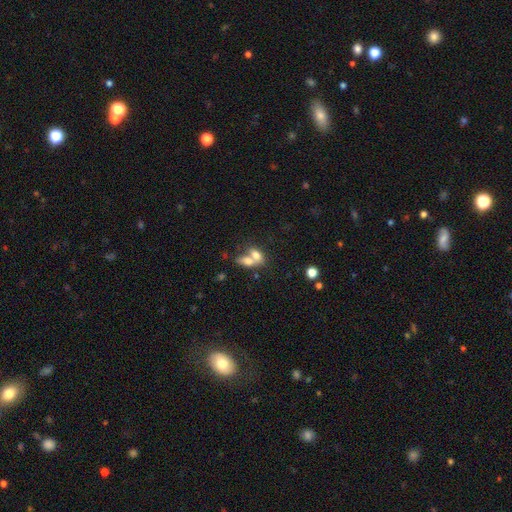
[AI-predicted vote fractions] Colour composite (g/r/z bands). It shows a smooth galaxy with no disk features (71%) that is in between round and cigar-shaped (80%). Merging: merger (68%).